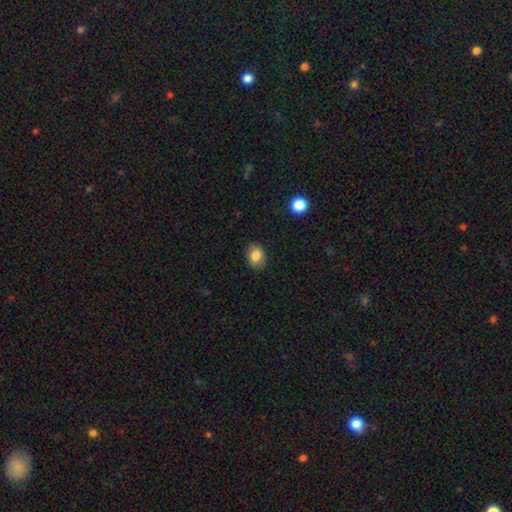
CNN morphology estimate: A smooth galaxy with no disk features (84%) that is in between round and cigar-shaped (66%). Merging: none (83%).